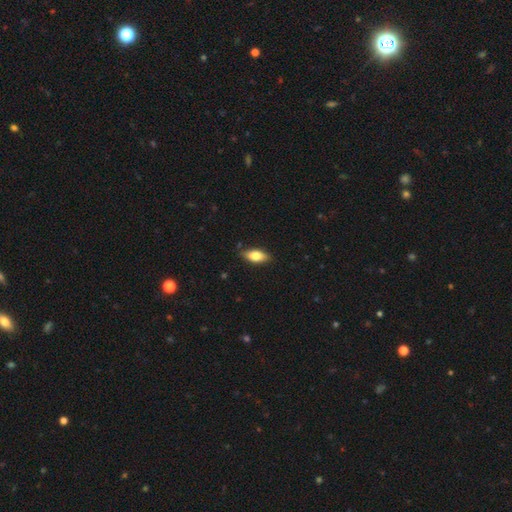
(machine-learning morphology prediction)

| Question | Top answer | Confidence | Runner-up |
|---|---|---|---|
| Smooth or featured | smooth | 76% | featured or disk (17%) |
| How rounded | in between | 83% | cigar-shaped (14%) |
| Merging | none | 83% | minor disturbance (13%) |